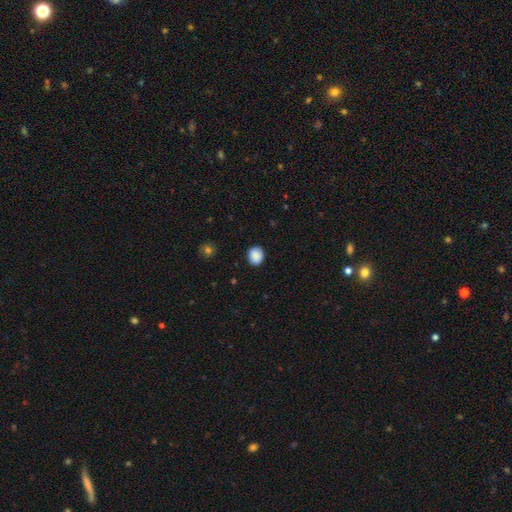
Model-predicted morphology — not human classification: Overall: smooth (89%). How rounded: round (67%; in between 33%). Merging: none (88%).